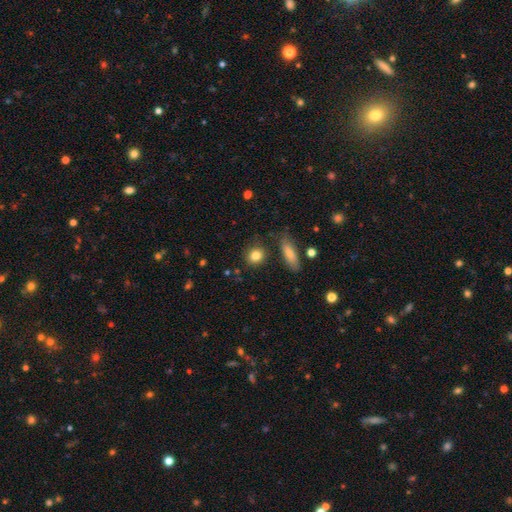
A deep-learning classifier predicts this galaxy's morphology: Overall: smooth (84%). How rounded: round (76%). Merging: none (82%).